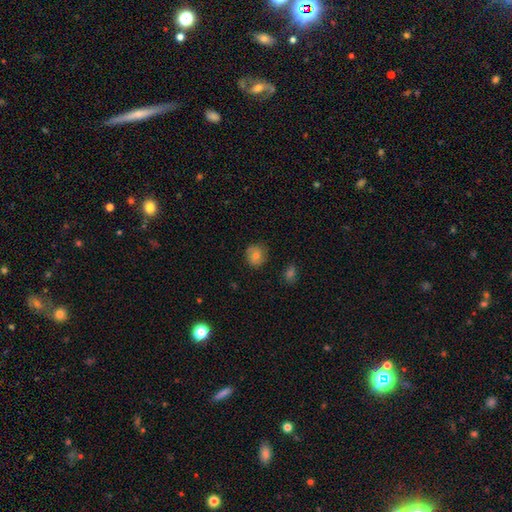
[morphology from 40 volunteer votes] Smooth or featured?
  - smooth: 57% *
  - featured or disk: 30%
  - star or artifact: 12%
How rounded?
  - round: 91% *
  - in between: 9%
  - cigar-shaped: 0%
Merging?
  - none: 77% *
  - minor disturbance: 17%
  - major disturbance: 3%
  - merger: 3%